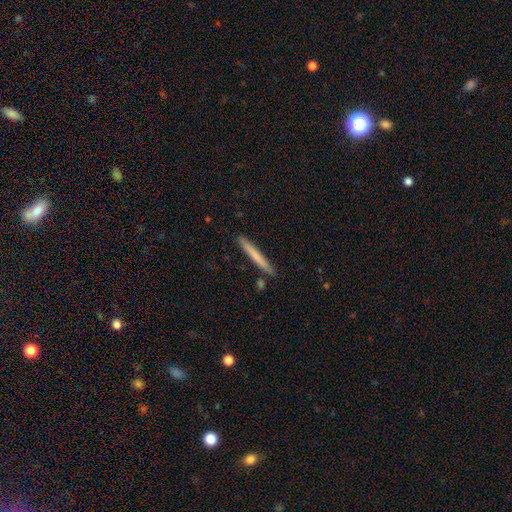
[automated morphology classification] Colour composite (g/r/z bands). It shows a smooth galaxy with no disk features (71%) that is cigar-shaped (97%). Merging: none (88%).